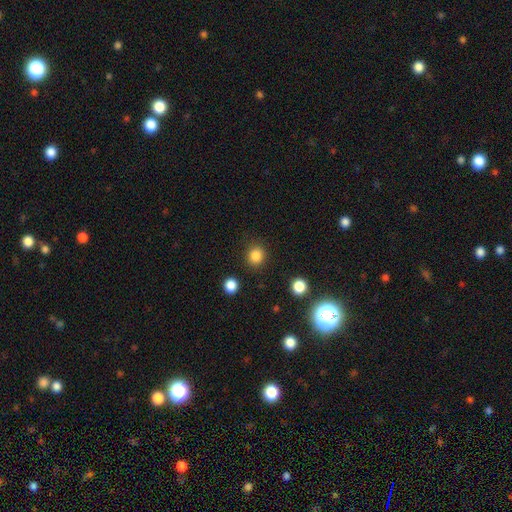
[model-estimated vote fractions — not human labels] Morphology: type=smooth (84%); roundness=round (84%); merging=none (88%).